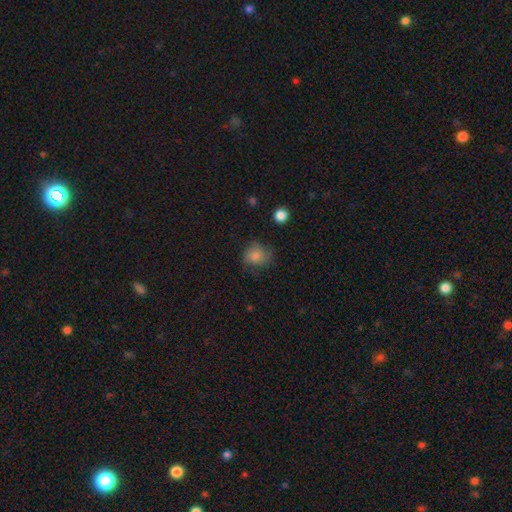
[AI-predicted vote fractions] Smooth or featured: smooth — 78% (featured or disk — 11%)
How rounded: round — 74% (in between — 25%)
Merging: none — 59% (minor disturbance — 27%)